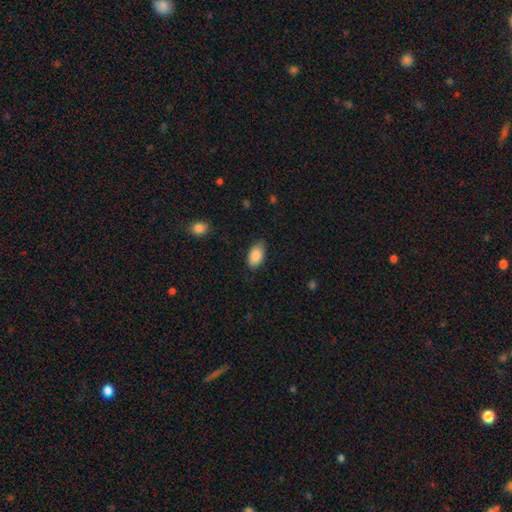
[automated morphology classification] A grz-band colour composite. It shows a smooth galaxy with no disk features (88%) that is in between round and cigar-shaped (94%). Merging: none (81%).